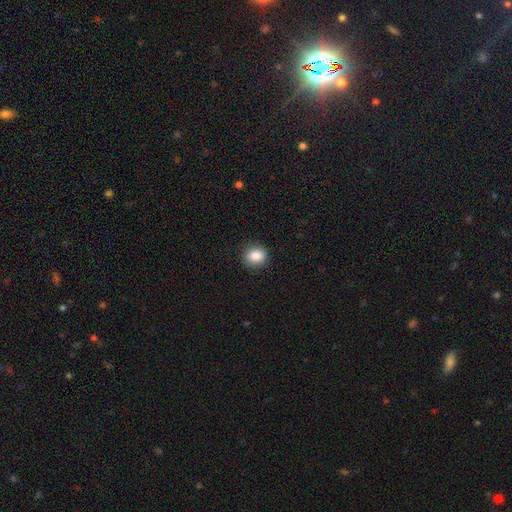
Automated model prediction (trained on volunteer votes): The model was most divided on "how rounded": round: 71%, in between: 28%, cigar-shaped: 1%. More confident: merging — none (89%); smooth or featured — smooth (86%).